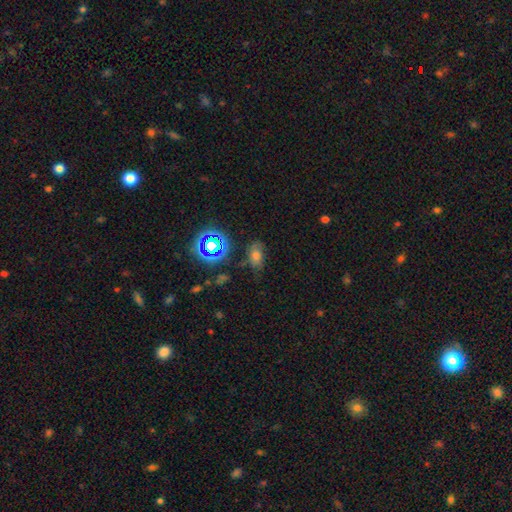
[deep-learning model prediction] A smooth galaxy with no disk features (58%) that is in between round and cigar-shaped (82%). Merging: none (67%).